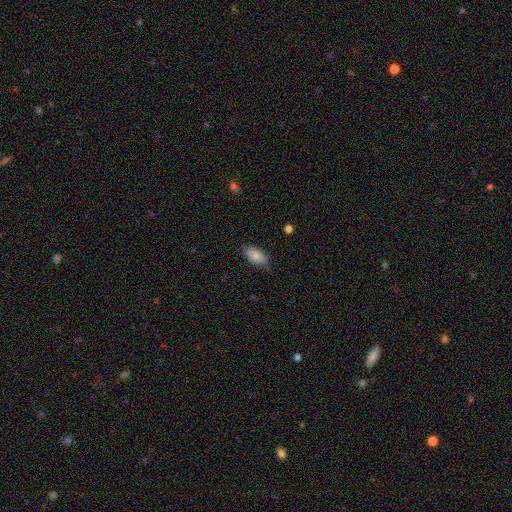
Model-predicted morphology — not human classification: Overall: smooth (84%). How rounded: in between (90%). Merging: none (75%).